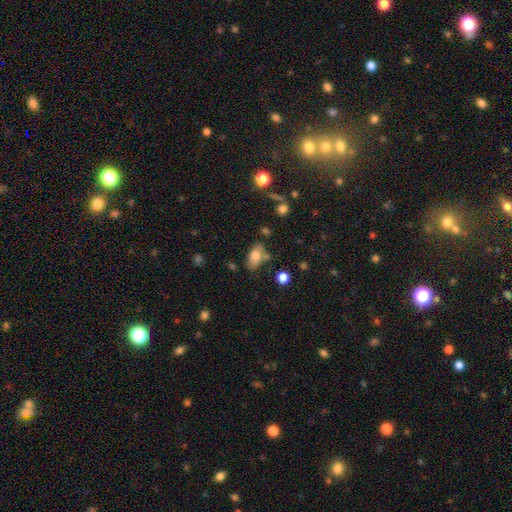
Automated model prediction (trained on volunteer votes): The model was most divided on "merging": none: 61%, minor disturbance: 22%, merger: 11%, major disturbance: 7%. More confident: how rounded — in between (91%); smooth or featured — smooth (77%).